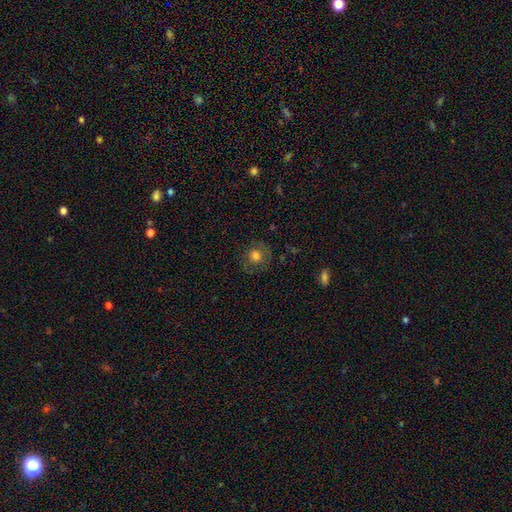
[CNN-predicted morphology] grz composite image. It shows a smooth galaxy with no disk features (66%) that is round (87%). Merging: none (77%).